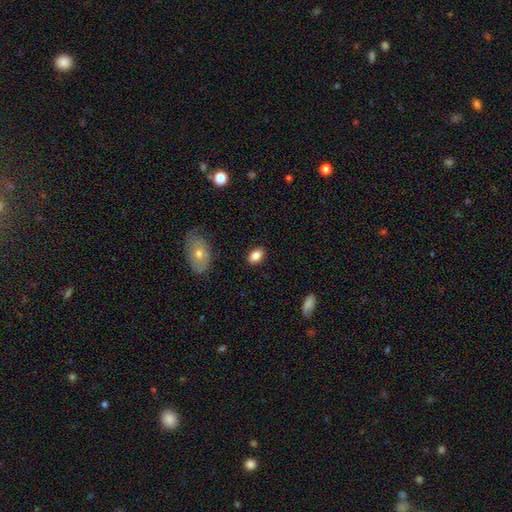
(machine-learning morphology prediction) type=smooth (83%); roundness=in between (86%); merging=none (87%).